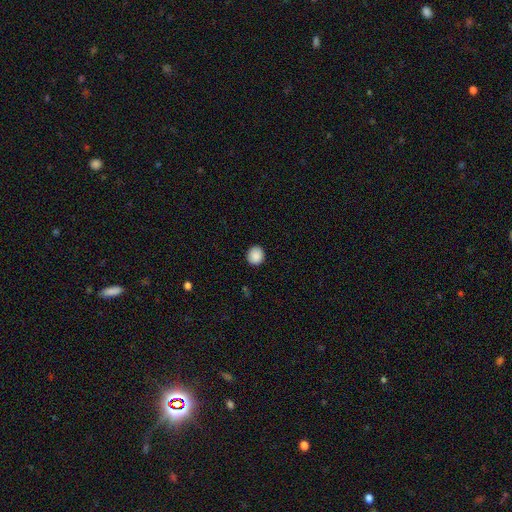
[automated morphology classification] Smooth or featured? smooth (89%)
How rounded? round (85%)
Merging? none (91%)